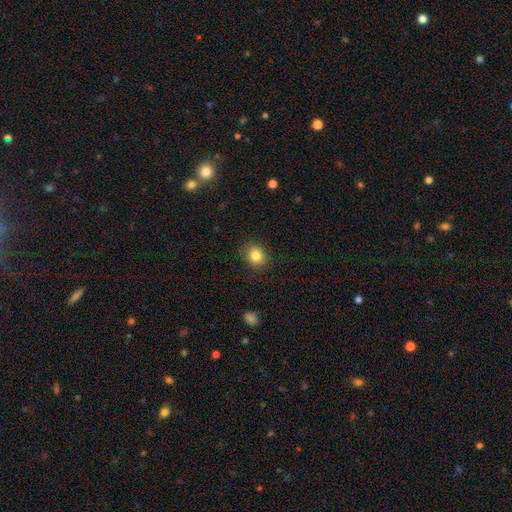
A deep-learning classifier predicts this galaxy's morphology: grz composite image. It shows a smooth galaxy with no disk features (84%) that is round (73%). Merging: none (87%).